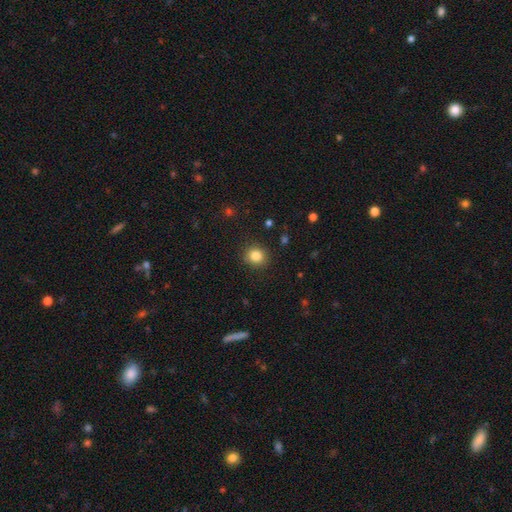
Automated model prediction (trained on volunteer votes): Q: Smooth or featured?
A: smooth (83%); runner-up: star or artifact (11%)
Q: How rounded?
A: round (87%); runner-up: in between (12%)
Q: Merging?
A: none (90%); runner-up: minor disturbance (7%)